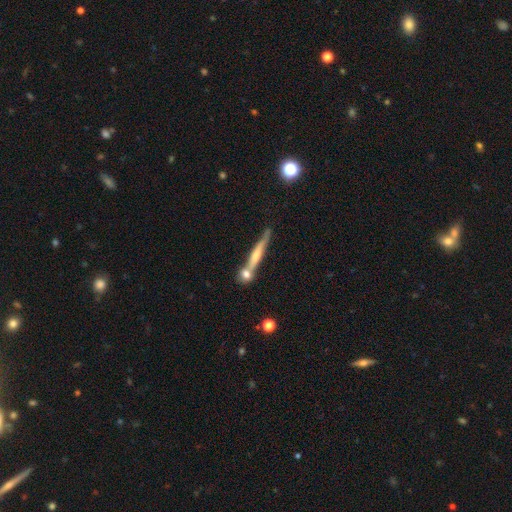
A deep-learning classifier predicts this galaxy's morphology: A featured or disk galaxy (60%) viewed edge-on (95%) with a rounded central bulge (63%).

Vote fractions:
- Smooth or featured? featured or disk: 60% / smooth: 33% / star or artifact: 7%
- Edge-on disk? yes: 95% / no: 5%
- Edge-on bulge? rounded: 63% / none: 25% / boxy: 12%
- Merging? none: 66% / merger: 18% / minor disturbance: 12% / major disturbance: 3%